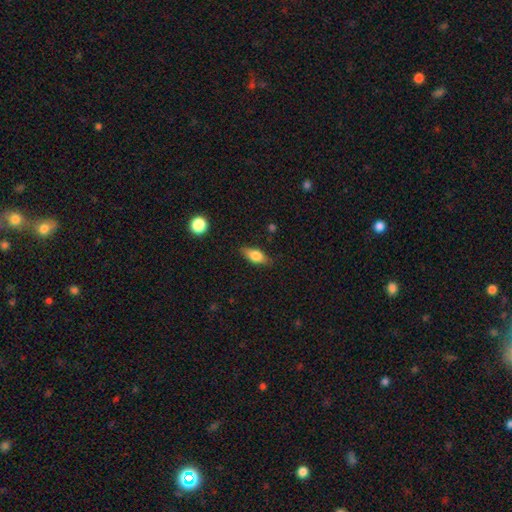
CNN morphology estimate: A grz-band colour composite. It shows a smooth galaxy with no disk features (71%) that is in between round and cigar-shaped (79%). Merging: none (81%).